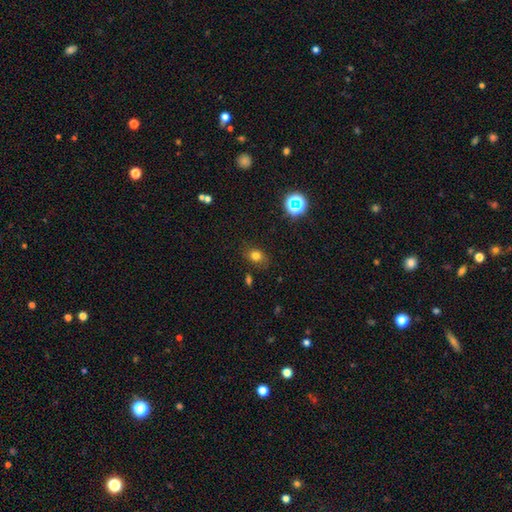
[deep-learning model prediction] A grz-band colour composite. It shows a smooth galaxy with no disk features (74%) that is in between round and cigar-shaped (60%). Merging: none (80%).